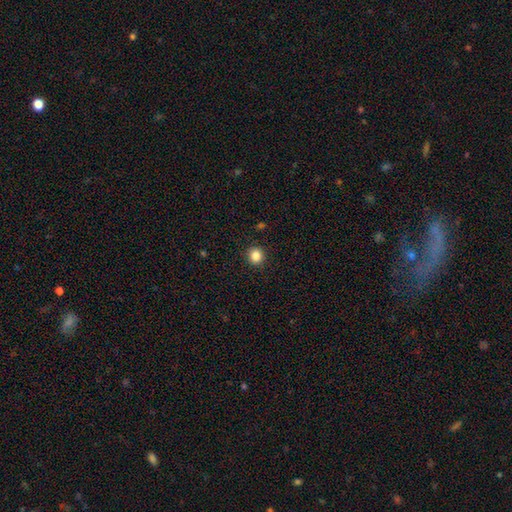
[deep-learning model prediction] Morphology: type=smooth (85%); roundness=round (90%); merging=none (91%).